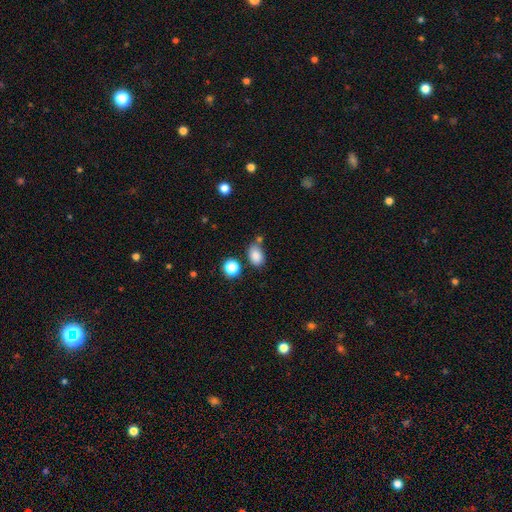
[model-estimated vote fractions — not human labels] Overall: smooth (84%). How rounded: in between (80%). Merging: none (68%).